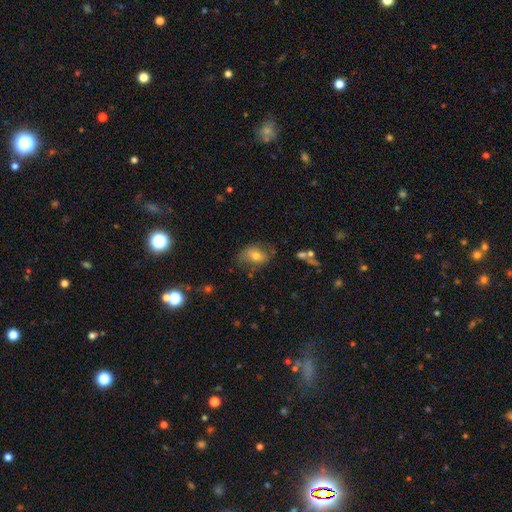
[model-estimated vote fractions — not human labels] The model was most divided on "merging": none: 60%, minor disturbance: 26%, major disturbance: 11%, merger: 3%. More confident: how rounded — in between (69%); smooth or featured — smooth (65%).